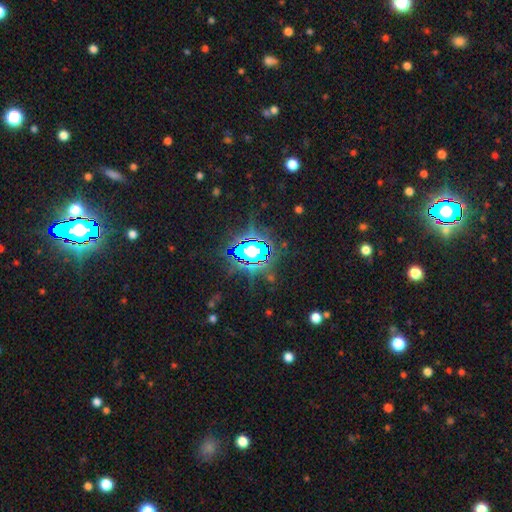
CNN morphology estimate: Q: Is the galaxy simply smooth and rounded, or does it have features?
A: star or artifact — 81%.